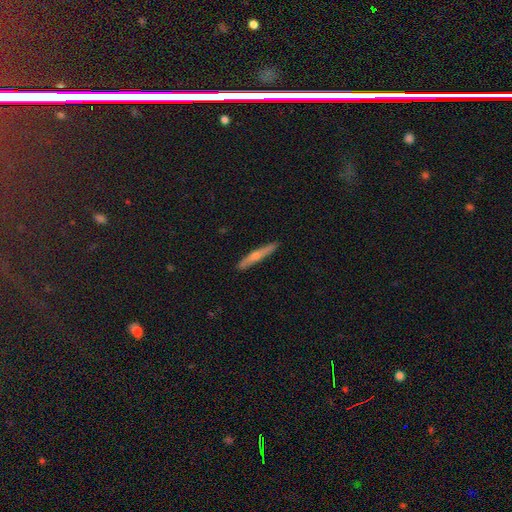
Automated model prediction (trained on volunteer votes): featured or disk 54%, smooth 40%, star or artifact 6%. Down the decision tree: edge-on disk — yes (95%); edge-on bulge — rounded (78%); merging — none (91%).